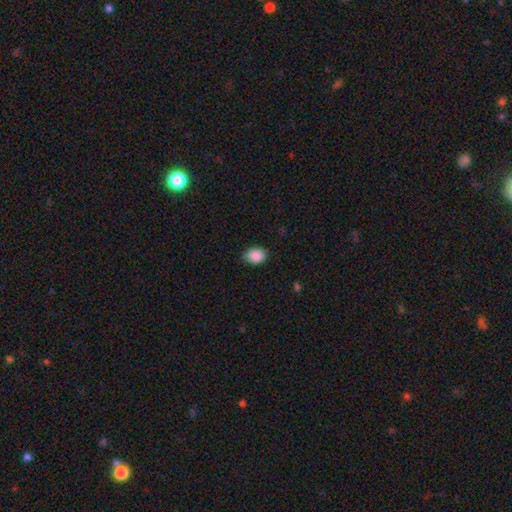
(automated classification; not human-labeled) A smooth galaxy with no disk features (89%) that is in between round and cigar-shaped (60%). Merging: none (78%).